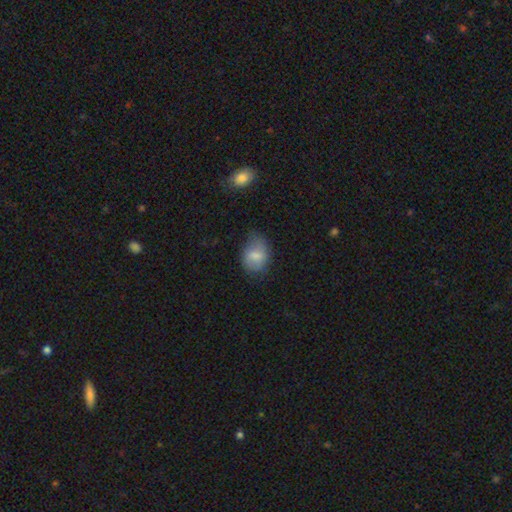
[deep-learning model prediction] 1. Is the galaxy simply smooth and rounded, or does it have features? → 73% smooth, 19% featured or disk, 8% star or artifact.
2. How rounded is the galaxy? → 69% in between, 30% round, 1% cigar-shaped.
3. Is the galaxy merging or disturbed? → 55% none, 32% minor disturbance, 11% major disturbance, 2% merger.